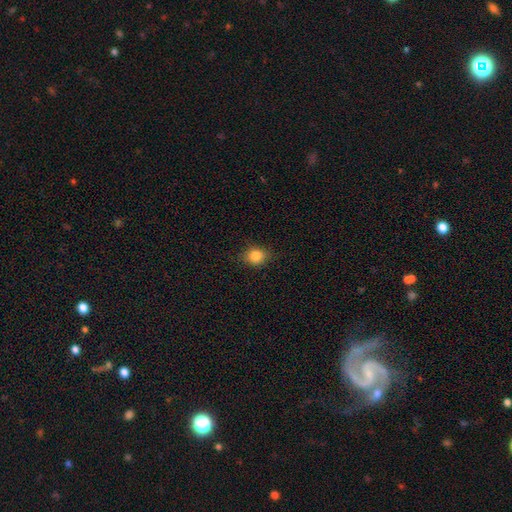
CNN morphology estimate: Smooth or featured: smooth — 83% (star or artifact — 11%)
How rounded: round — 66% (in between — 33%)
Merging: none — 85% (minor disturbance — 11%)